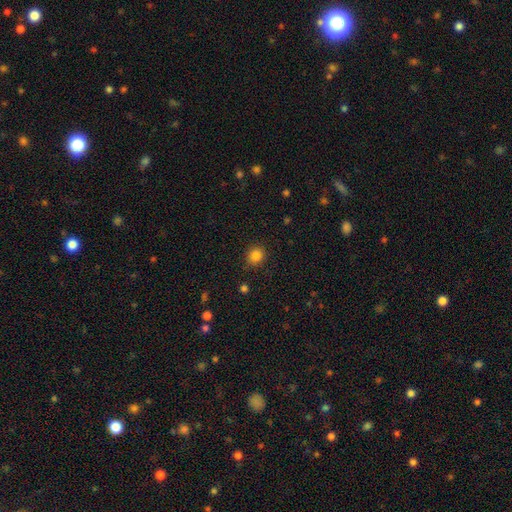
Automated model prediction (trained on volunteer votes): Q: Smooth or featured?
A: smooth (85%); runner-up: star or artifact (11%)
Q: How rounded?
A: round (81%); runner-up: in between (18%)
Q: Merging?
A: none (85%); runner-up: minor disturbance (11%)